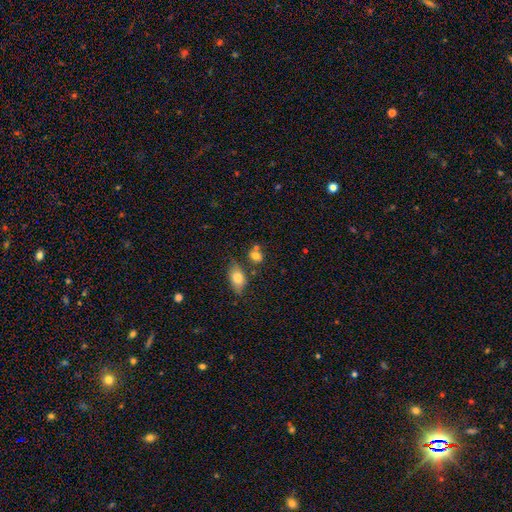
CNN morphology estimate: The model was most divided on "how rounded": round: 52%, in between: 46%, cigar-shaped: 2%. More confident: smooth or featured — smooth (78%); merging — none (53%).